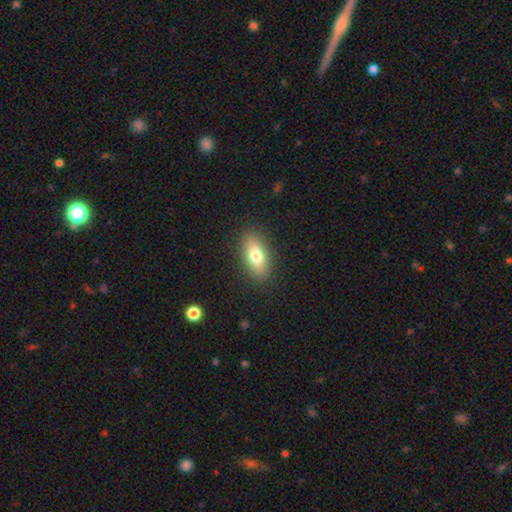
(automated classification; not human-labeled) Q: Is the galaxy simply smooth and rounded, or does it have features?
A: smooth — 74%.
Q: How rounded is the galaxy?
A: in between — 82%.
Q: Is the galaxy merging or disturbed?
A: none — 88%.